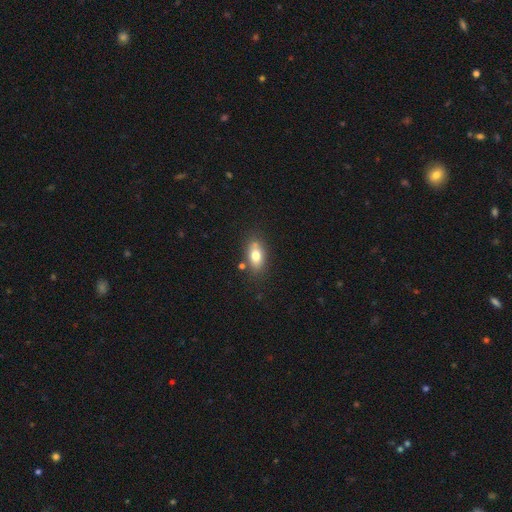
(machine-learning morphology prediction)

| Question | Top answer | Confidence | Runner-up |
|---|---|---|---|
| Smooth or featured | smooth | 74% | featured or disk (18%) |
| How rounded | in between | 85% | cigar-shaped (8%) |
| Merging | none | 75% | minor disturbance (15%) |